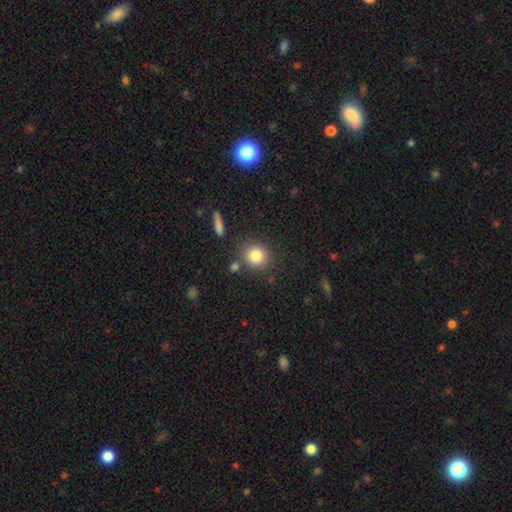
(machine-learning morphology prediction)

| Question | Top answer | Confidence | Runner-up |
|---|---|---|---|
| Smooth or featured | smooth | 83% | star or artifact (10%) |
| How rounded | round | 81% | in between (18%) |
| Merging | none | 80% | minor disturbance (10%) |